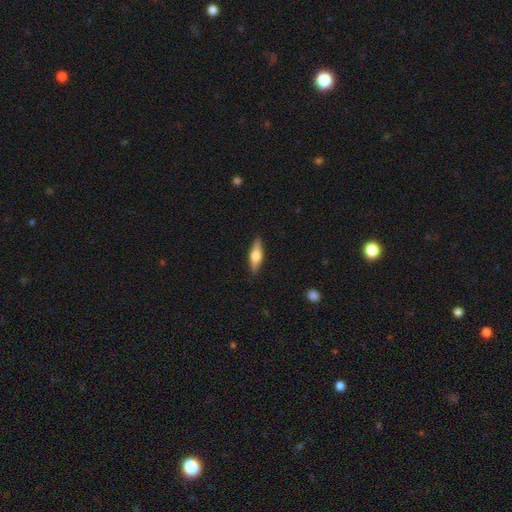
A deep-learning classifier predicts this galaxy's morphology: Smooth or featured? smooth (53%)
How rounded? cigar-shaped (51%)
Merging? none (88%)